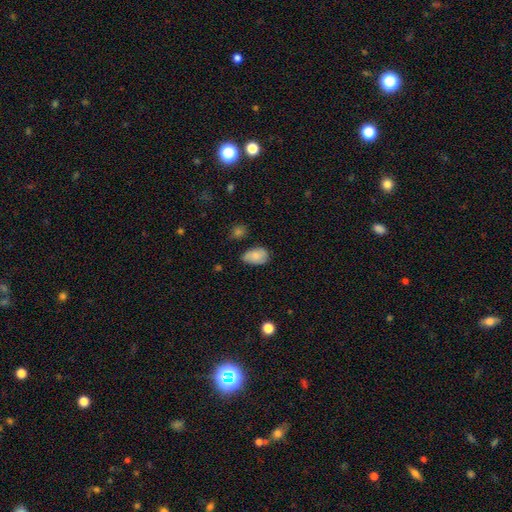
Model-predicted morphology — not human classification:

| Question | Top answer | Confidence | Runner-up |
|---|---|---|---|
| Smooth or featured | smooth | 82% | featured or disk (11%) |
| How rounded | in between | 90% | round (8%) |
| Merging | none | 63% | minor disturbance (30%) |